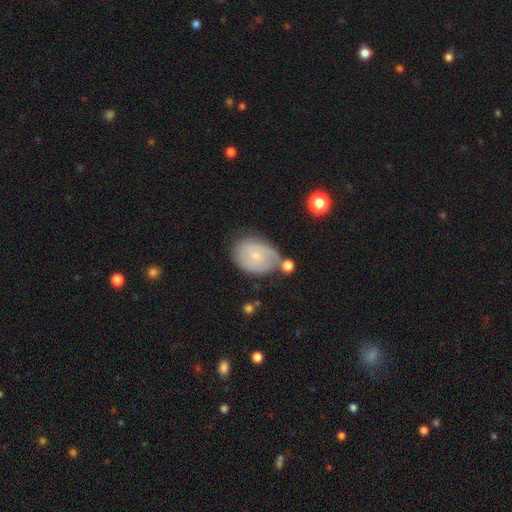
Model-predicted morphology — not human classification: Q: Smooth or featured?
A: featured or disk (52%); runner-up: smooth (41%)
Q: Edge-on disk?
A: no (96%); runner-up: yes (4%)
Q: Merging?
A: none (56%); runner-up: minor disturbance (26%)